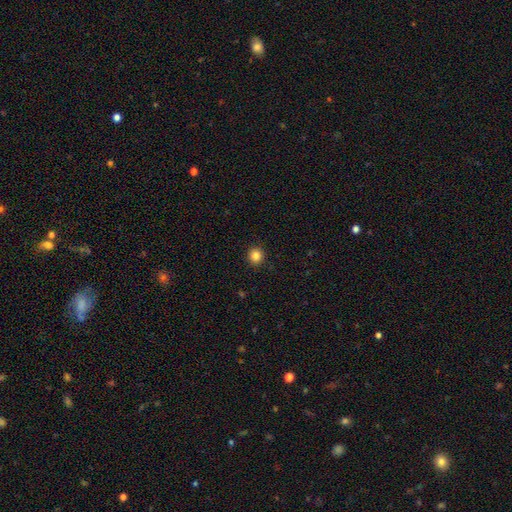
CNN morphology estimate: smooth_or_featured: smooth (p=0.85) [alt: star or artifact p=0.11]
how_rounded: round (p=0.93) [alt: in between p=0.07]
merging: none (p=0.93) [alt: minor disturbance p=0.05]